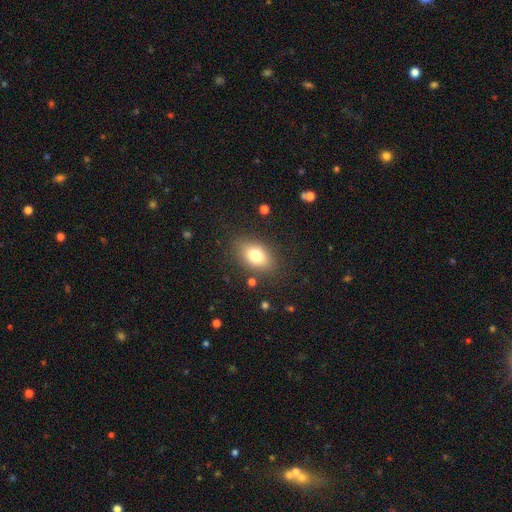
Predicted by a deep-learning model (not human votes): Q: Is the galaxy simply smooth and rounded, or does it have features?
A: smooth — 77%.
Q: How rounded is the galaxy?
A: in between — 82%.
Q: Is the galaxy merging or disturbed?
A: none — 83%.